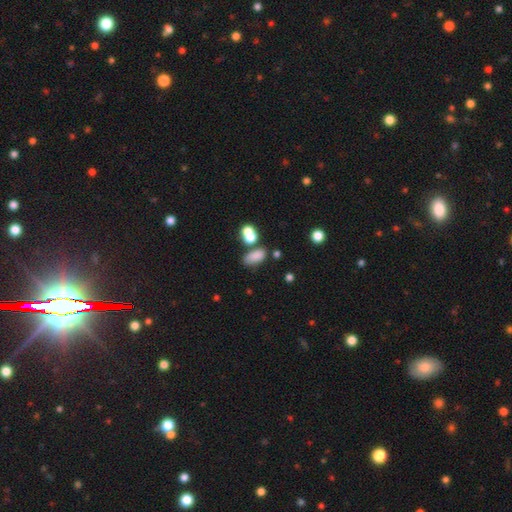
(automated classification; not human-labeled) Q: Smooth or featured?
A: smooth (77%); runner-up: star or artifact (13%)
Q: How rounded?
A: in between (84%); runner-up: round (10%)
Q: Merging?
A: none (48%); runner-up: merger (27%)